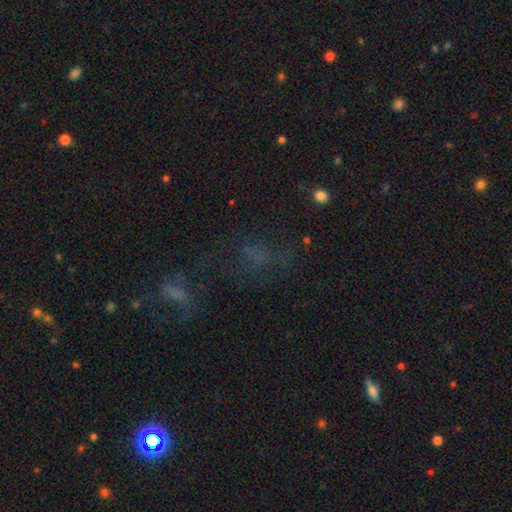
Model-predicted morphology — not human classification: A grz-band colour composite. It shows a smooth galaxy with no disk features (40%). Merging: none (50%).